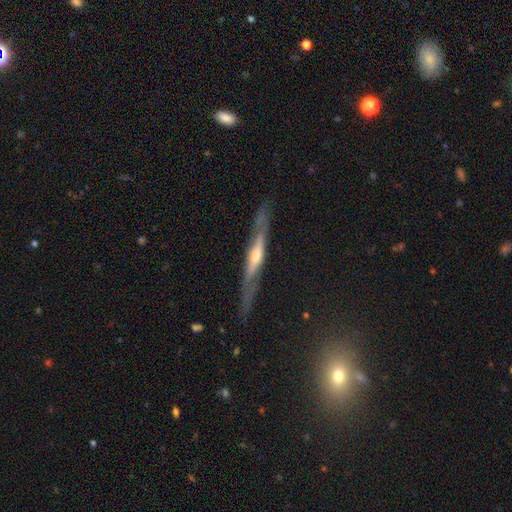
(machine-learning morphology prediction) smooth_or_featured: featured or disk (p=0.71) [alt: smooth p=0.23]
disk_edge_on: yes (p=0.90) [alt: no p=0.10]
edge_on_bulge: rounded (p=0.68) [alt: none p=0.19]
merging: none (p=0.79) [alt: minor disturbance p=0.15]